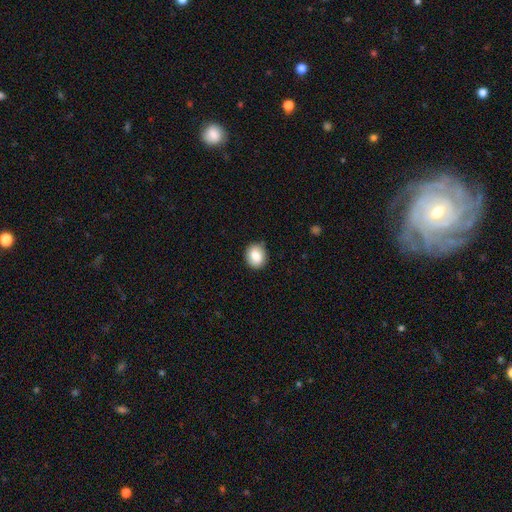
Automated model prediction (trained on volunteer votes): Smooth or featured: smooth — 82% (featured or disk — 9%)
How rounded: round — 68% (in between — 31%)
Merging: none — 85% (minor disturbance — 11%)